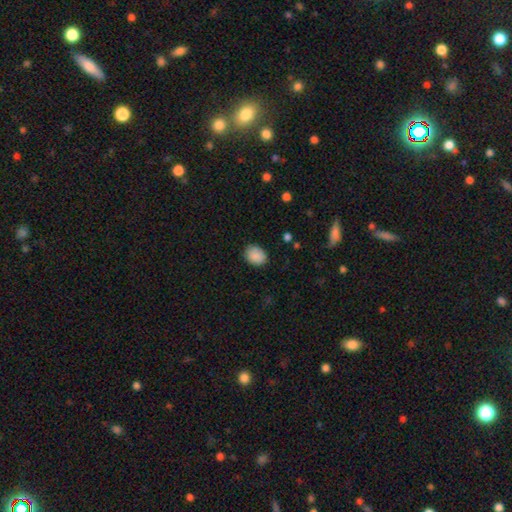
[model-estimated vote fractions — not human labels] Q: Smooth or featured?
A: smooth (89%); runner-up: star or artifact (8%)
Q: How rounded?
A: in between (60%); runner-up: round (39%)
Q: Merging?
A: none (83%); runner-up: minor disturbance (13%)